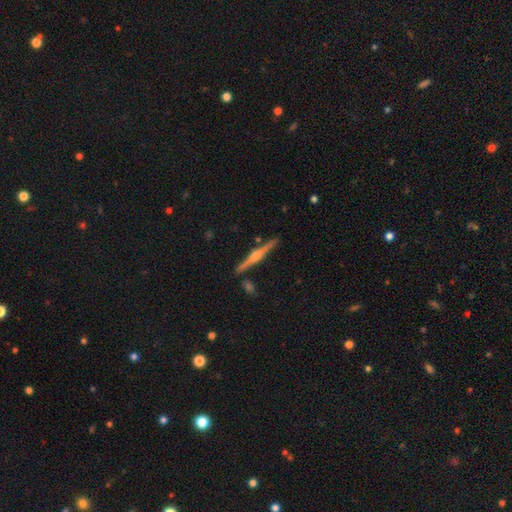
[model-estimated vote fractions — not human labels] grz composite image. It shows a featured or disk galaxy (82%) viewed edge-on (98%) with a rounded central bulge (90%). Merging: none (88%).